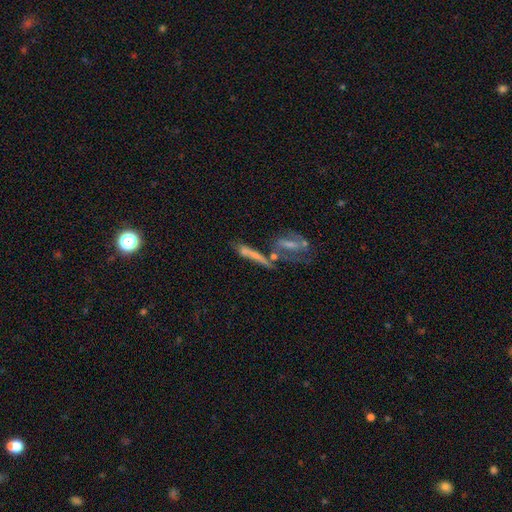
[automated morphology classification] Smooth or featured? smooth (52%)
How rounded? cigar-shaped (80%)
Merging? none (38%)